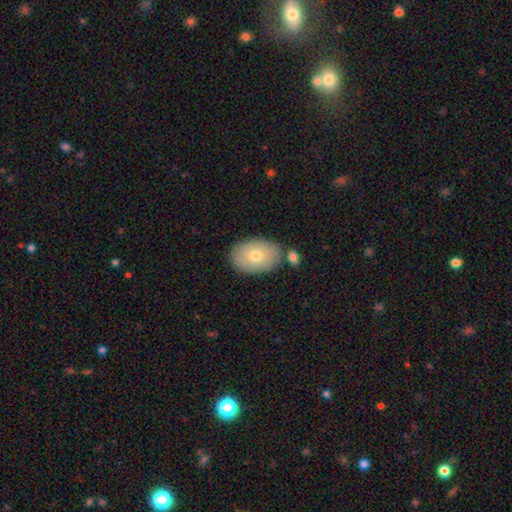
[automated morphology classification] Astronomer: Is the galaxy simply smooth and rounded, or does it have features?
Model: smooth — 73%.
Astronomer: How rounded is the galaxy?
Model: in between — 86%.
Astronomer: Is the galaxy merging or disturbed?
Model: none — 78%.